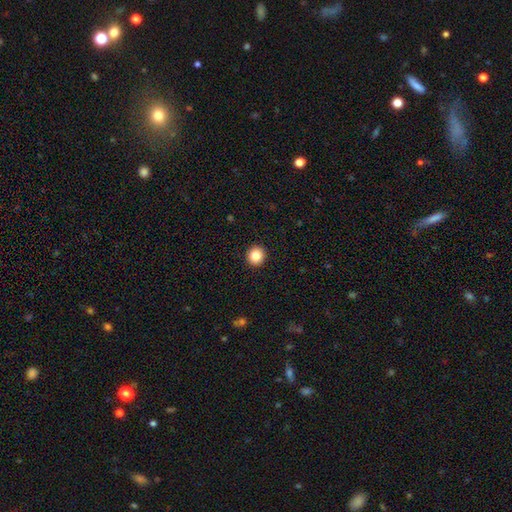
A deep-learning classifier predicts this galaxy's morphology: smooth 85%, star or artifact 10%, featured or disk 5%. Down the decision tree: how rounded — round (90%); merging — none (93%).